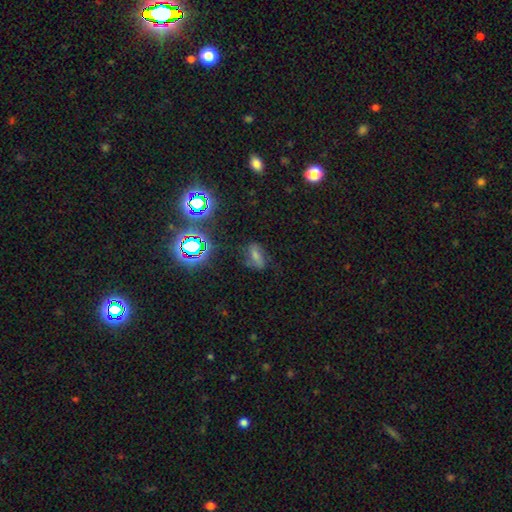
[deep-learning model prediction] Smooth or featured? Predicted: smooth (p=0.51). How rounded? Predicted: in between (p=0.78). Merging? Predicted: none (p=0.60).